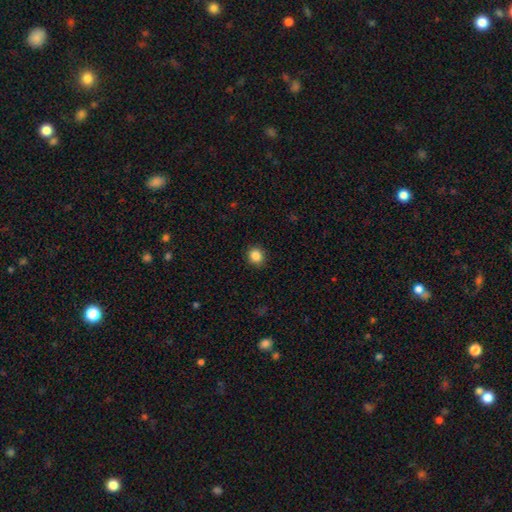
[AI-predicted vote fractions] Smooth or featured?
  - smooth: 86% *
  - star or artifact: 10%
  - featured or disk: 4%
How rounded?
  - round: 82% *
  - in between: 17%
  - cigar-shaped: 1%
Merging?
  - none: 90% *
  - minor disturbance: 7%
  - major disturbance: 2%
  - merger: 1%